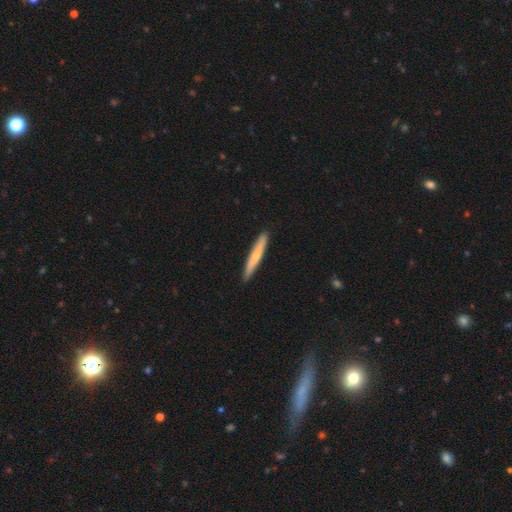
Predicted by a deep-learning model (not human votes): Overall: smooth (60%; featured or disk 35%). How rounded: cigar-shaped (95%). Merging: none (90%).